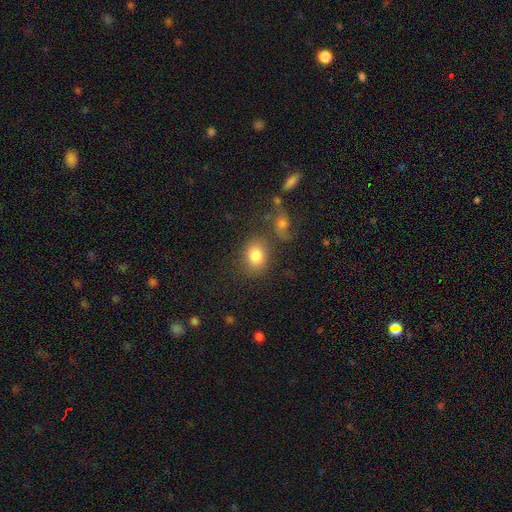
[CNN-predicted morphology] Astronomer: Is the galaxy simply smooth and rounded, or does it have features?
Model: smooth — 82%.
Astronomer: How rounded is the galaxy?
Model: in between — 55% (runner-up: round, 43%).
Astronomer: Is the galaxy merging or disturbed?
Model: none — 68%.